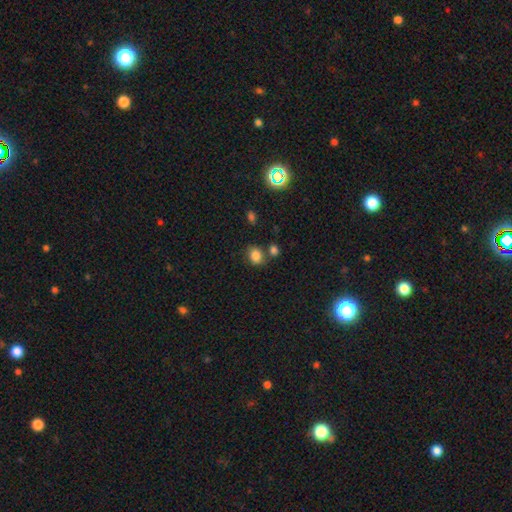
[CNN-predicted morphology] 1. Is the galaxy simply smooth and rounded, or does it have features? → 82% smooth, 12% star or artifact, 6% featured or disk.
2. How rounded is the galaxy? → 51% in between, 48% round, 1% cigar-shaped.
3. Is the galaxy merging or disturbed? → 64% none, 19% merger, 13% minor disturbance, 4% major disturbance.